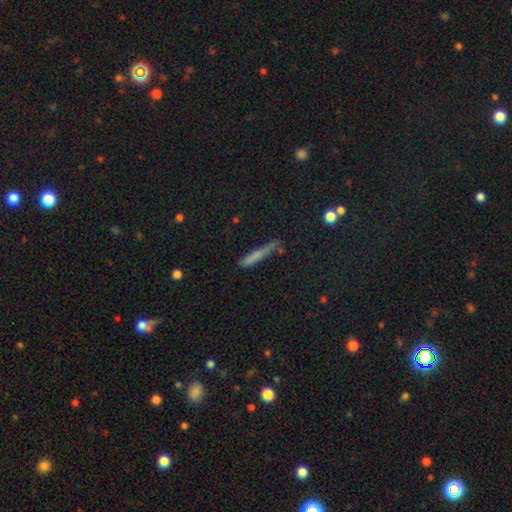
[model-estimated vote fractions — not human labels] Smooth or featured?
  - smooth: 69% *
  - featured or disk: 21%
  - star or artifact: 11%
How rounded?
  - cigar-shaped: 92% *
  - in between: 6%
  - round: 2%
Merging?
  - none: 65% *
  - minor disturbance: 23%
  - major disturbance: 7%
  - merger: 5%